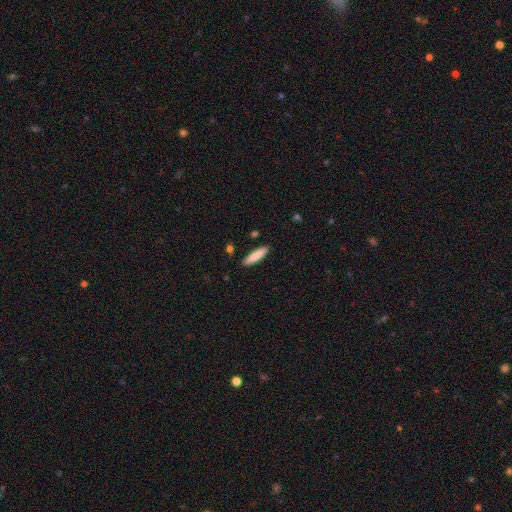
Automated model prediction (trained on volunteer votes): This appears to be a smooth galaxy with no disk features (86%) that is cigar-shaped (76%). Merging: none (88%).